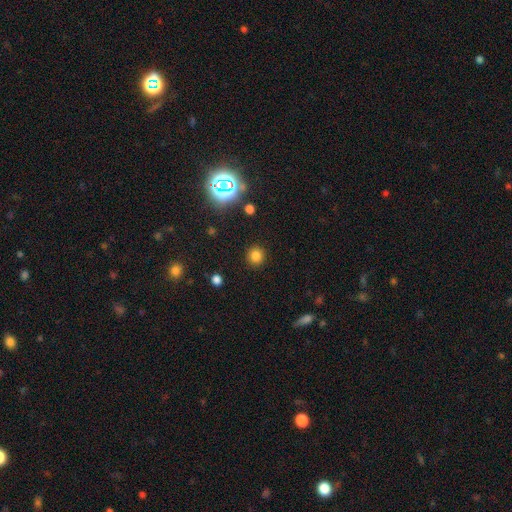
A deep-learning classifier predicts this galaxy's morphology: smooth 79%, star or artifact 16%, featured or disk 5%. Down the decision tree: how rounded — round (90%); merging — none (90%).